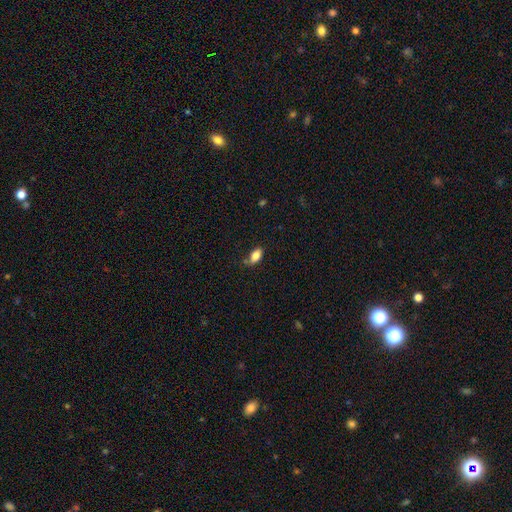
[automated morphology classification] Smooth or featured? Predicted: smooth (p=0.83). How rounded? Predicted: in between (p=0.89). Merging? Predicted: none (p=0.68).